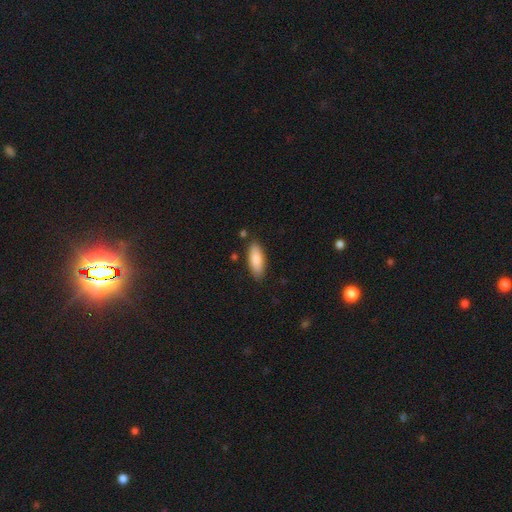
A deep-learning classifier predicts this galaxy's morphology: Smooth or featured: smooth — 84% (featured or disk — 9%)
How rounded: in between — 69% (cigar-shaped — 29%)
Merging: none — 85% (minor disturbance — 11%)